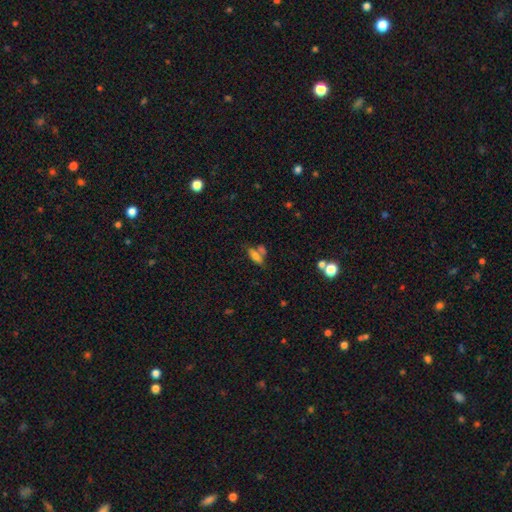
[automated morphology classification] Smooth or featured?
  - smooth: 64% *
  - featured or disk: 23%
  - star or artifact: 13%
How rounded?
  - in between: 69% *
  - cigar-shaped: 26%
  - round: 5%
Merging?
  - none: 45% *
  - merger: 33%
  - minor disturbance: 14%
  - major disturbance: 7%